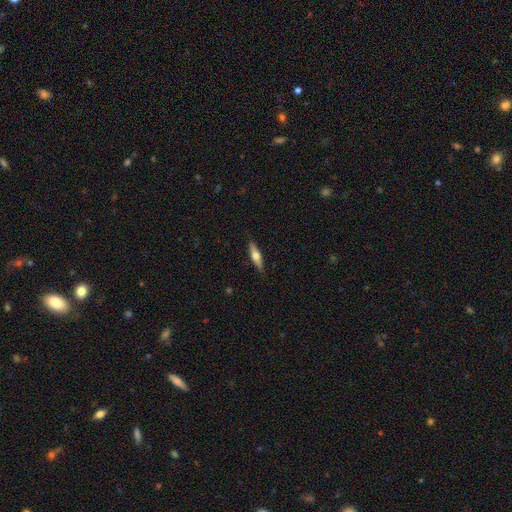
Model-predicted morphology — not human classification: Smooth or featured?
  - featured or disk: 54% *
  - smooth: 40%
  - star or artifact: 6%
Edge-on disk?
  - yes: 94% *
  - no: 6%
Edge-on bulge?
  - rounded: 93% *
  - boxy: 4%
  - none: 3%
Merging?
  - none: 88% *
  - minor disturbance: 9%
  - major disturbance: 2%
  - merger: 1%